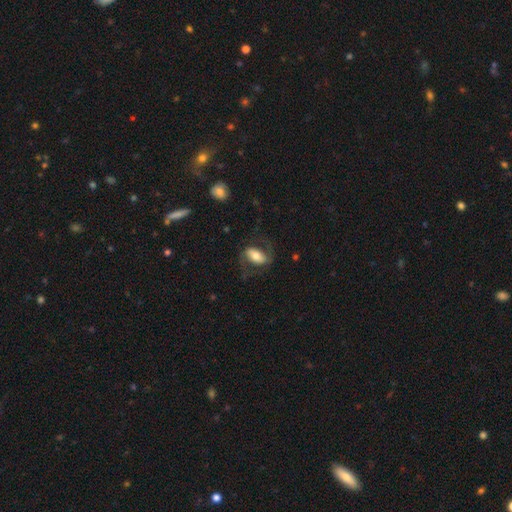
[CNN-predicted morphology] Smooth or featured: featured or disk — 53% (smooth — 40%)
Edge-on disk: no — 93% (yes — 7%)
Merging: none — 64% (major disturbance — 17%)